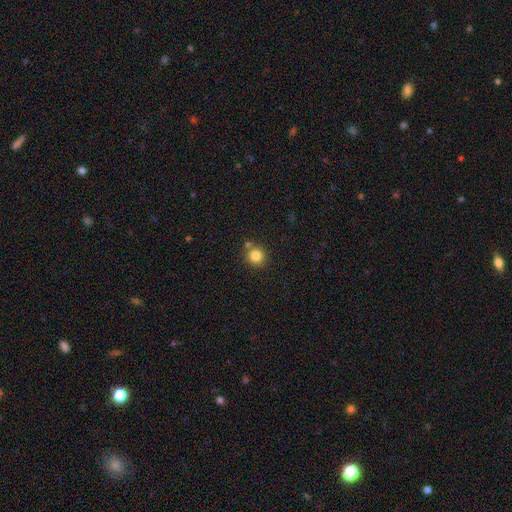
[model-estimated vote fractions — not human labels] This is clearly a smooth galaxy (83%). How rounded: clearly round (92%). Merging: likely none (76%).